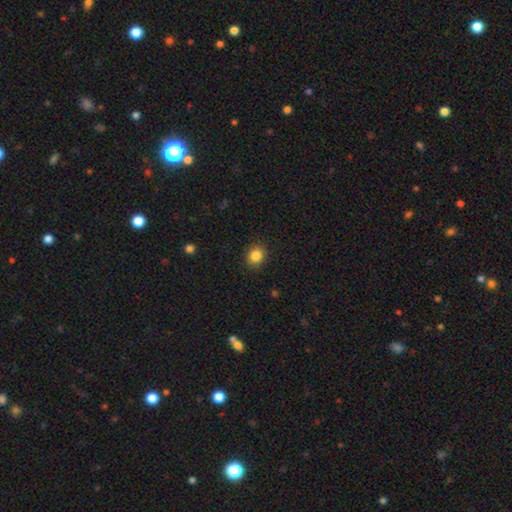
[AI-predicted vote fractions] smooth_or_featured: smooth (p=0.85) [alt: star or artifact p=0.10]
how_rounded: round (p=0.76) [alt: in between p=0.23]
merging: none (p=0.90) [alt: minor disturbance p=0.07]